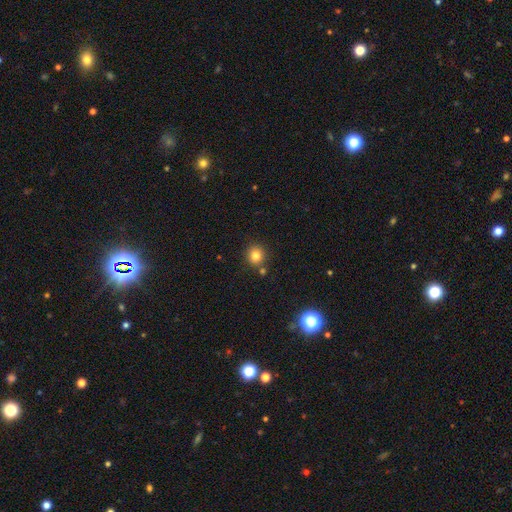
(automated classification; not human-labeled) This is clearly a smooth galaxy (81%). How rounded: clearly round (89%). Merging: clearly none (81%).